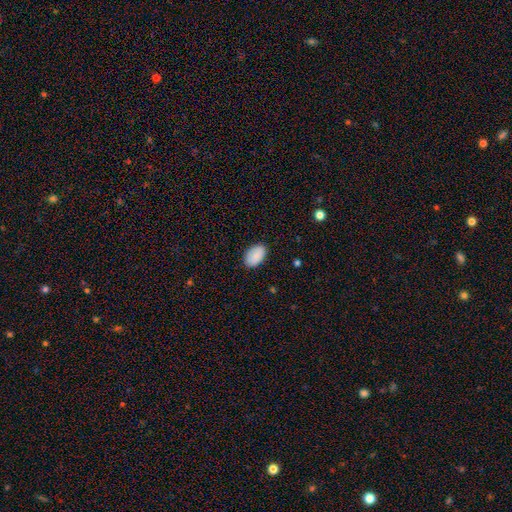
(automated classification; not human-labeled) This appears to be a smooth galaxy with no disk features (89%) that is in between round and cigar-shaped (92%). Merging: none (87%).